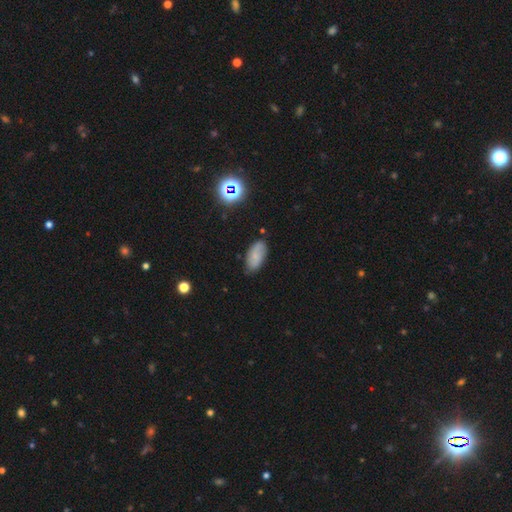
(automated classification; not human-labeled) Morphology: type=smooth (65%); roundness=in between (92%); merging=none (78%).